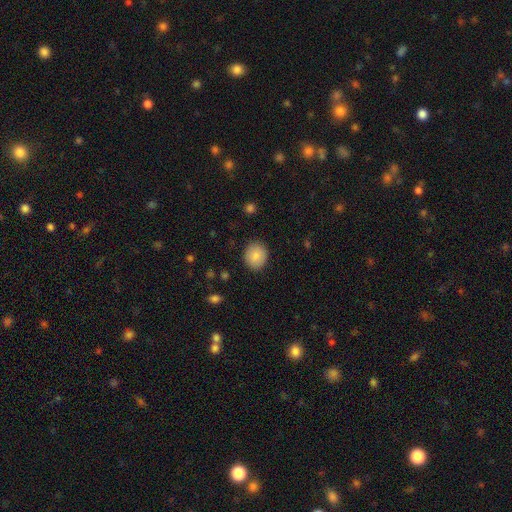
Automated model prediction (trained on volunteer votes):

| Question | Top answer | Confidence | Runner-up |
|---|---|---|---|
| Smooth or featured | smooth | 86% | star or artifact (8%) |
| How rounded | round | 73% | in between (26%) |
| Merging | none | 88% | minor disturbance (8%) |